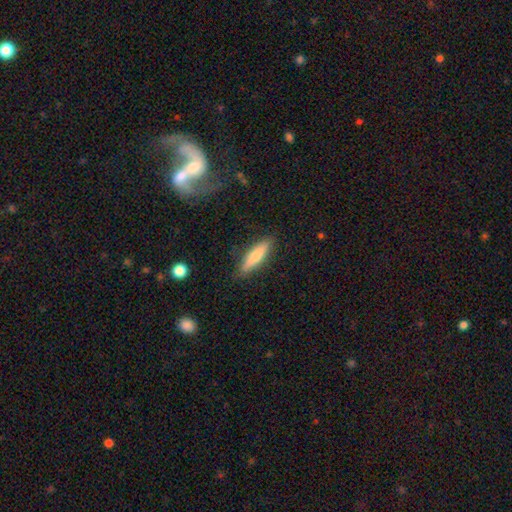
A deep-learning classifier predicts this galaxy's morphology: Overall: smooth (70%). How rounded: cigar-shaped (75%). Merging: none (86%).